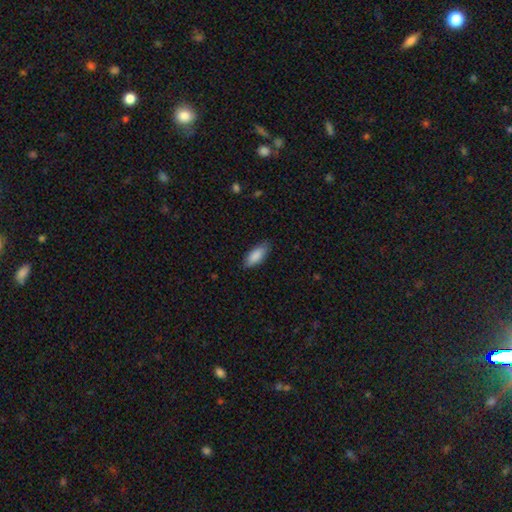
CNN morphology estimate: Q: Smooth or featured?
A: smooth (88%); runner-up: featured or disk (7%)
Q: How rounded?
A: in between (80%); runner-up: cigar-shaped (19%)
Q: Merging?
A: none (83%); runner-up: minor disturbance (14%)